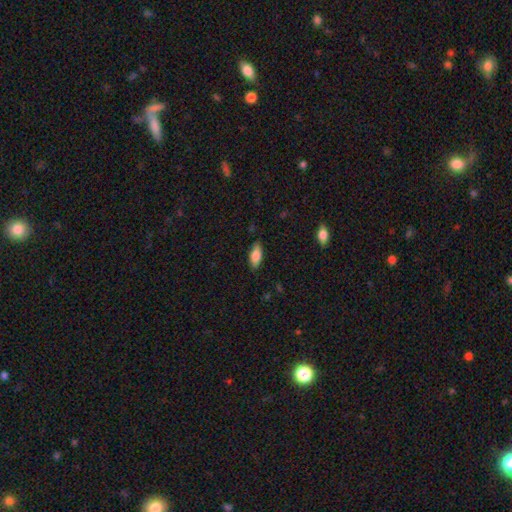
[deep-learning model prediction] A smooth galaxy with no disk features (80%) that is in between round and cigar-shaped (79%). Merging: none (84%).